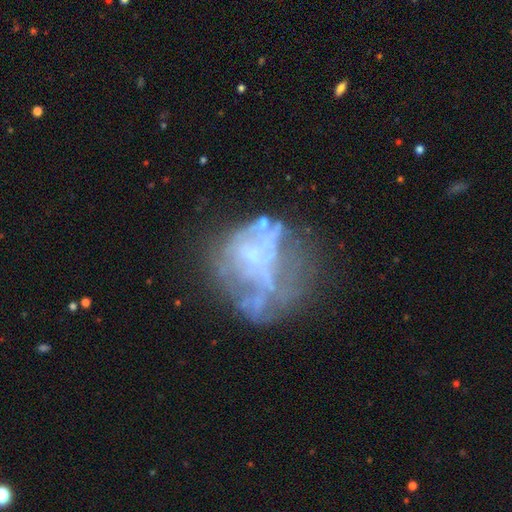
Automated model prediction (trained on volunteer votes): Smooth or featured? featured or disk (63%)
Edge-on disk? no (98%)
Bar? no (85%)
Spiral arms? no (86%)
Bulge size? none (61%)
Merging? none (37%)